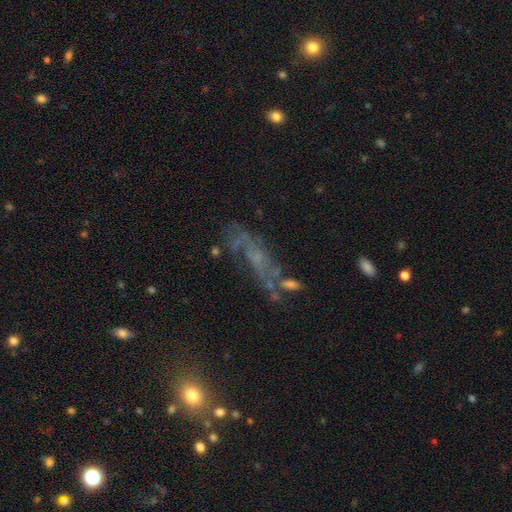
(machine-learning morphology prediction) smooth_or_featured: featured or disk (p=0.57) [alt: smooth p=0.25]
disk_edge_on: no (p=0.81) [alt: yes p=0.19]
merging: none (p=0.40) [alt: major disturbance p=0.25]